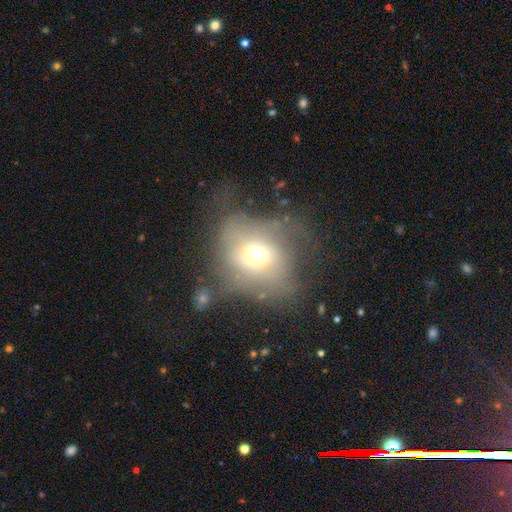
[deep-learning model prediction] smooth-or-featured: smooth: 51% | featured or disk: 34% | star or artifact: 15%
  how-rounded: round: 63% | in between: 36% | cigar-shaped: 1%
  merging: major disturbance: 35% | none: 34% | minor disturbance: 27% | merger: 5%